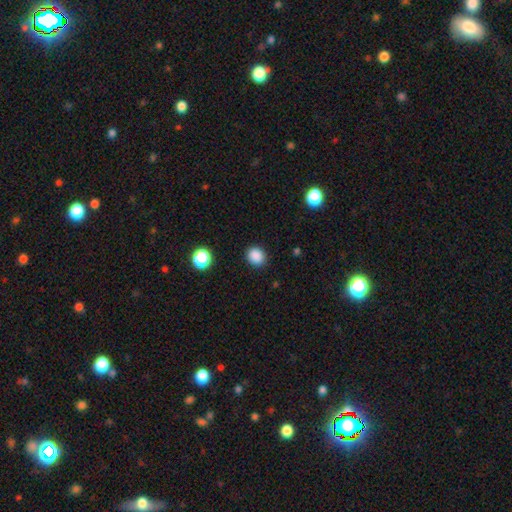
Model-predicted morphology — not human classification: Q: Smooth or featured?
A: smooth (87%); runner-up: star or artifact (11%)
Q: How rounded?
A: round (76%); runner-up: in between (23%)
Q: Merging?
A: none (89%); runner-up: minor disturbance (7%)